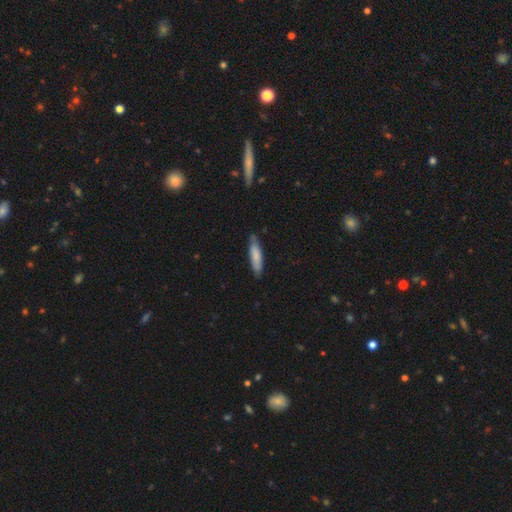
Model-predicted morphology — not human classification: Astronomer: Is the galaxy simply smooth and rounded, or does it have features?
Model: smooth — 78%.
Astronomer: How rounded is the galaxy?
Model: cigar-shaped — 70%.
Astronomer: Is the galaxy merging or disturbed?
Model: none — 78%.